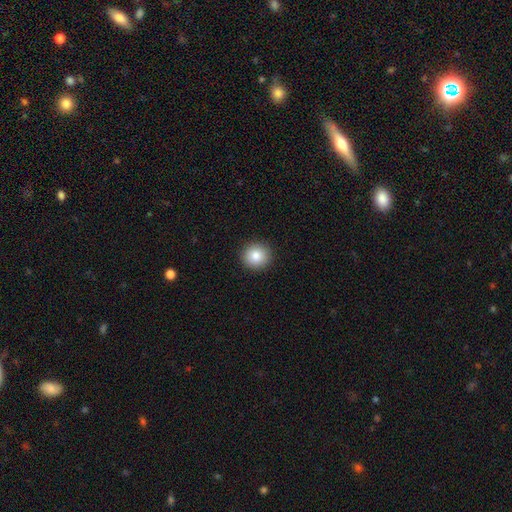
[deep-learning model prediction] Smooth or featured?
  - smooth: 84% *
  - star or artifact: 9%
  - featured or disk: 7%
How rounded?
  - round: 91% *
  - in between: 8%
  - cigar-shaped: 1%
Merging?
  - none: 92% *
  - minor disturbance: 5%
  - major disturbance: 2%
  - merger: 1%